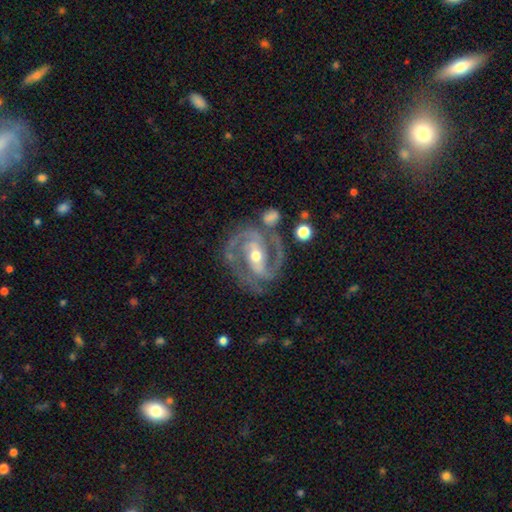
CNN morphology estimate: Overall: featured or disk (91%). Edge-on disk: no (97%). Bar: strong (60%; weak 27%). Spiral arms: yes (98%). Spiral arm count: 2 (85%). Spiral winding: medium (49%; tight 44%). Bulge size: moderate (54%; small 42%). Merging: none (74%).